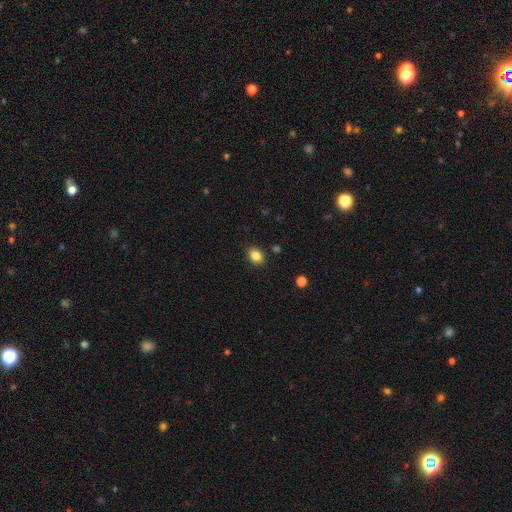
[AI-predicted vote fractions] Overall: smooth (85%). How rounded: in between (57%; round 42%). Merging: none (88%).